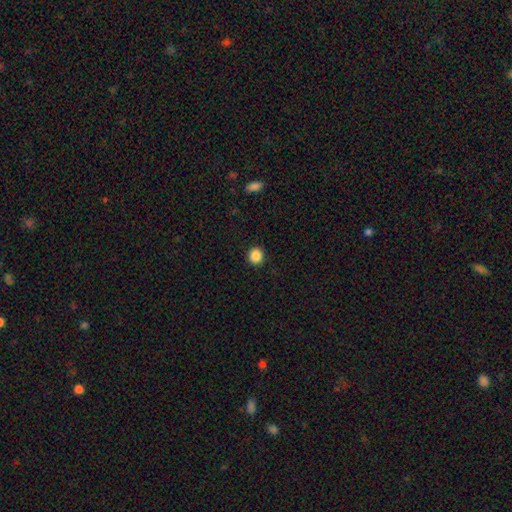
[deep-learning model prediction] smooth 86%, star or artifact 10%, featured or disk 3%. Down the decision tree: how rounded — round (92%); merging — none (93%).